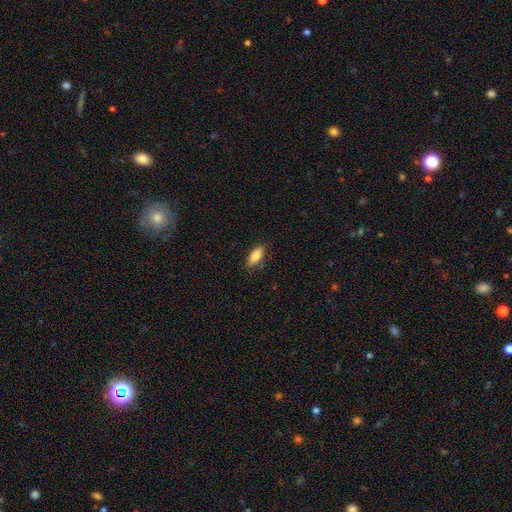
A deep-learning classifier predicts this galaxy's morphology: The model was most divided on "merging": none: 80%, minor disturbance: 16%, major disturbance: 3%, merger: 1%. More confident: smooth or featured — smooth (85%); how rounded — in between (82%).